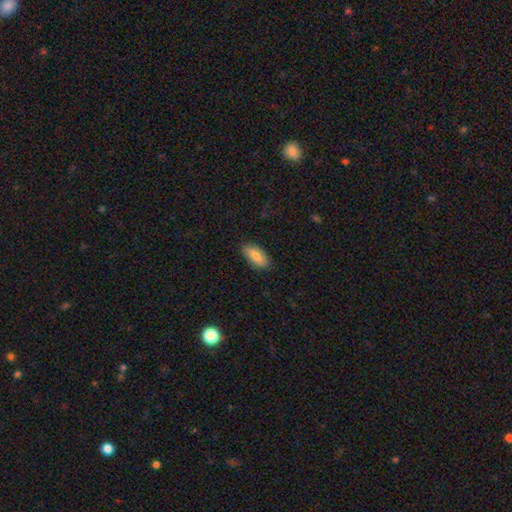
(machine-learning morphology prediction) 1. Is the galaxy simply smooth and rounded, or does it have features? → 83% smooth, 10% featured or disk, 7% star or artifact.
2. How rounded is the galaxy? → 87% in between, 11% cigar-shaped, 2% round.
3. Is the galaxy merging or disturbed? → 85% none, 11% minor disturbance, 2% major disturbance, 1% merger.